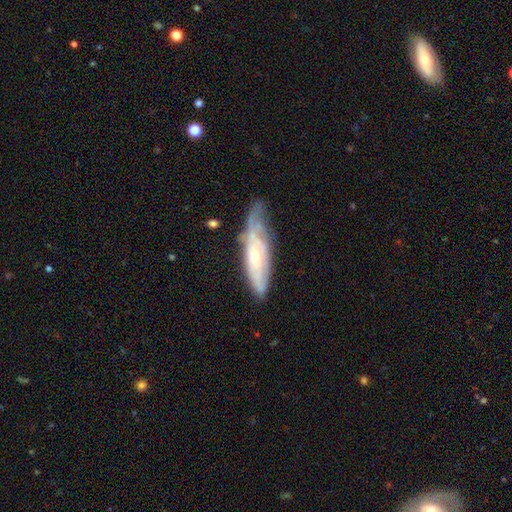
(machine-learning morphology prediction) This appears to be a featured or disk galaxy (70%). Merging: none (52%).